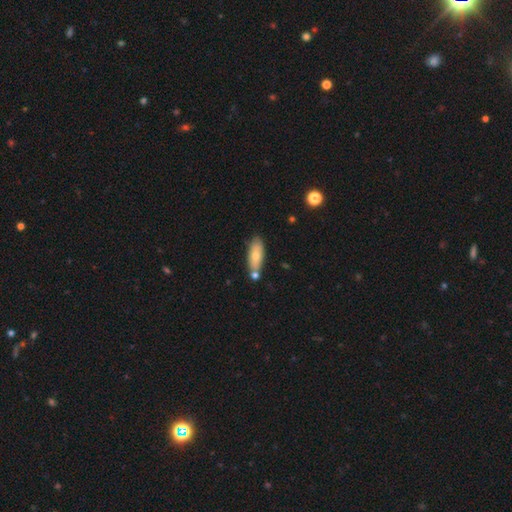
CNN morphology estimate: Smooth or featured: smooth — 72% (featured or disk — 21%)
How rounded: in between — 71% (cigar-shaped — 27%)
Merging: none — 67% (minor disturbance — 16%)